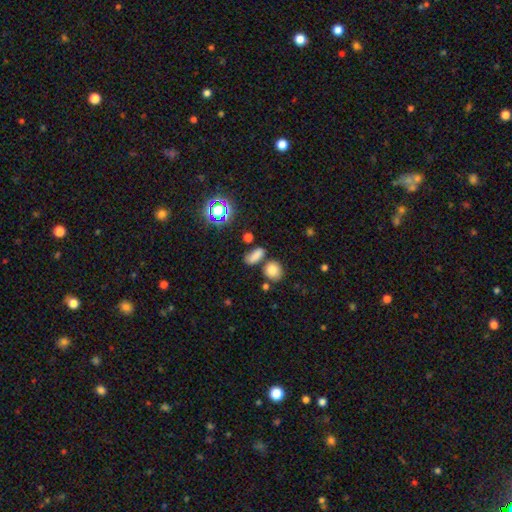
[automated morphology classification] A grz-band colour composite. It shows a smooth galaxy with no disk features (77%) that is in between round and cigar-shaped (67%). Merging: none (68%).